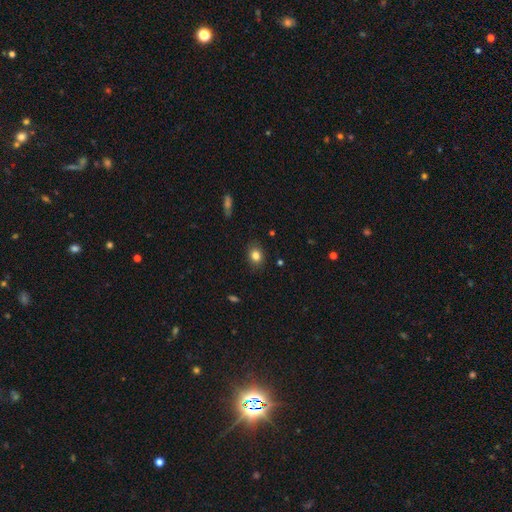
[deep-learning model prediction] Overall: smooth (82%). How rounded: in between (55%; round 44%). Merging: none (85%).